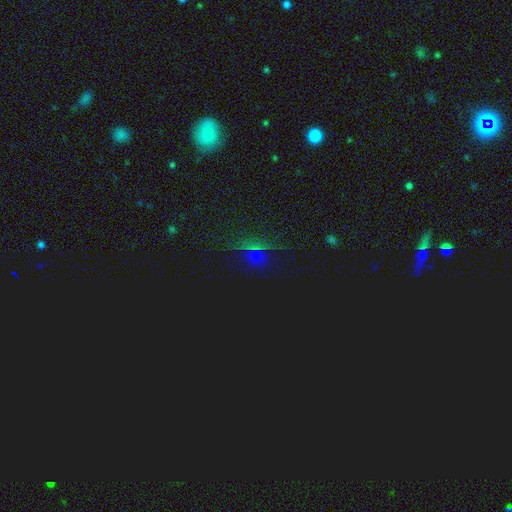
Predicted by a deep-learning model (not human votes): A star or artifact, not a galaxy (63%).